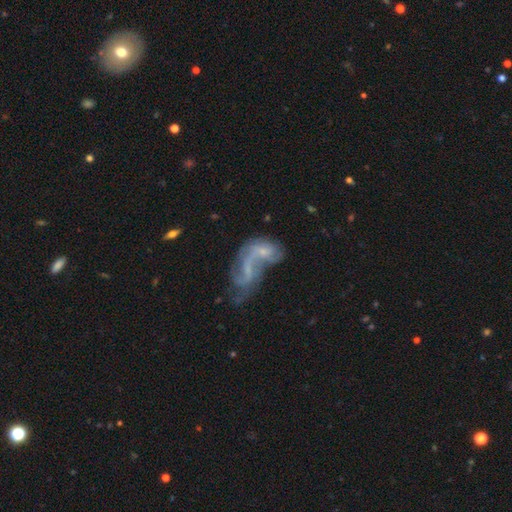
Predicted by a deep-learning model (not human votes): smooth-or-featured: featured or disk: 65% | smooth: 21% | star or artifact: 14%
  disk-edge-on: no: 95% | yes: 5%
    bar: no: 65% | weak: 26% | strong: 9%
    has-spiral-arms: yes: 61% | no: 39%
    bulge-size: small: 46% | none: 37% | moderate: 14% | large: 2% | dominant: 2%
  merging: merger: 53% | major disturbance: 19% | none: 19% | minor disturbance: 10%